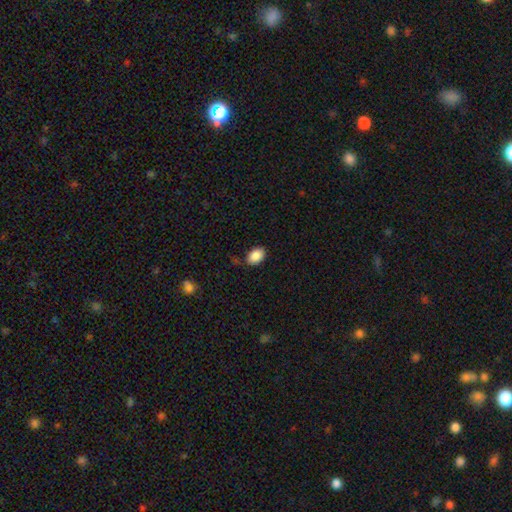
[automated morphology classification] A smooth galaxy with no disk features (88%) that is in between round and cigar-shaped (84%).

Vote fractions:
- Smooth or featured? smooth: 88% / star or artifact: 8% / featured or disk: 4%
- How rounded? in between: 84% / round: 15% / cigar-shaped: 1%
- Merging? none: 76% / minor disturbance: 18% / major disturbance: 3% / merger: 3%